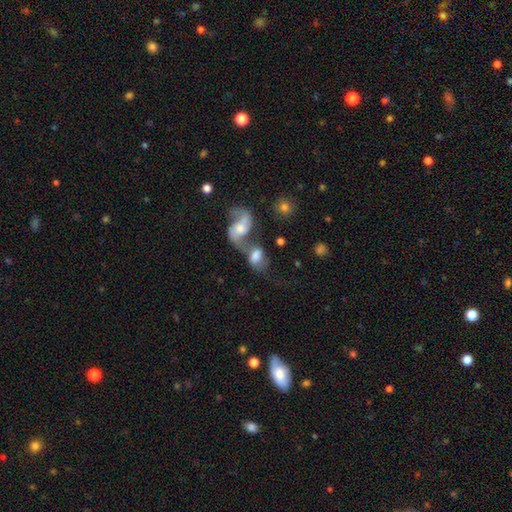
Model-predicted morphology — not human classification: Smooth or featured?
  - smooth: 48% *
  - featured or disk: 42%
  - star or artifact: 10%
Merging?
  - merger: 70% *
  - none: 13%
  - major disturbance: 10%
  - minor disturbance: 7%